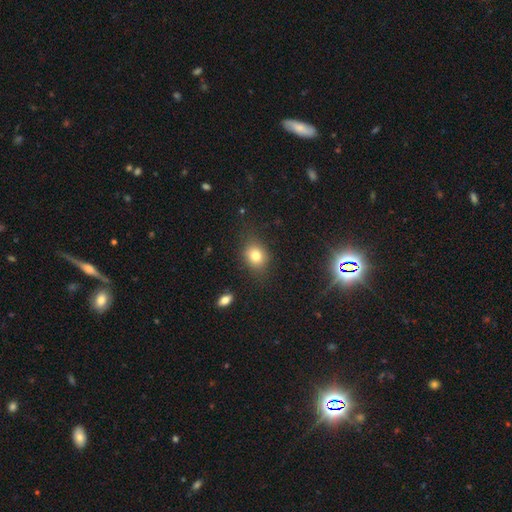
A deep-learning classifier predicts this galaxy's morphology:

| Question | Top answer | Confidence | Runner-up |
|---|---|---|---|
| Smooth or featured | smooth | 78% | star or artifact (12%) |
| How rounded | round | 51% | in between (47%) |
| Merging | none | 78% | minor disturbance (15%) |